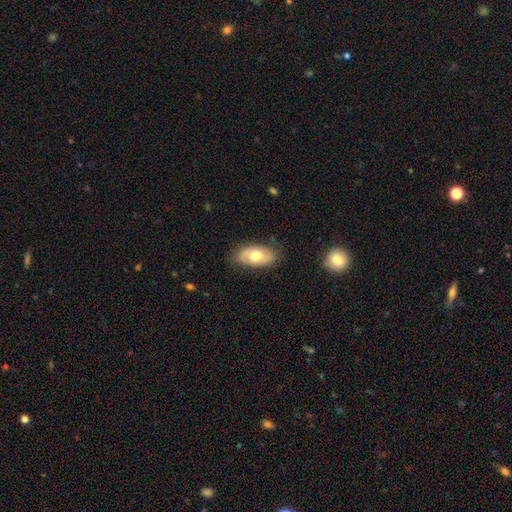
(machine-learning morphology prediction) smooth-or-featured: smooth: 61% | featured or disk: 33% | star or artifact: 6%
  how-rounded: in between: 94% | round: 4% | cigar-shaped: 2%
  merging: none: 81% | minor disturbance: 14% | major disturbance: 3% | merger: 1%